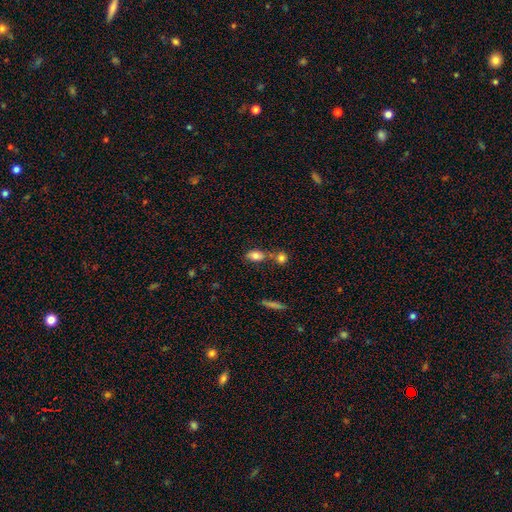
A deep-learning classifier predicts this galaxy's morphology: A smooth galaxy with no disk features (80%) that is in between round and cigar-shaped (84%).

Vote fractions:
- Smooth or featured? smooth: 80% / featured or disk: 11% / star or artifact: 9%
- How rounded? in between: 84% / round: 11% / cigar-shaped: 6%
- Merging? none: 51% / merger: 31% / minor disturbance: 14% / major disturbance: 5%